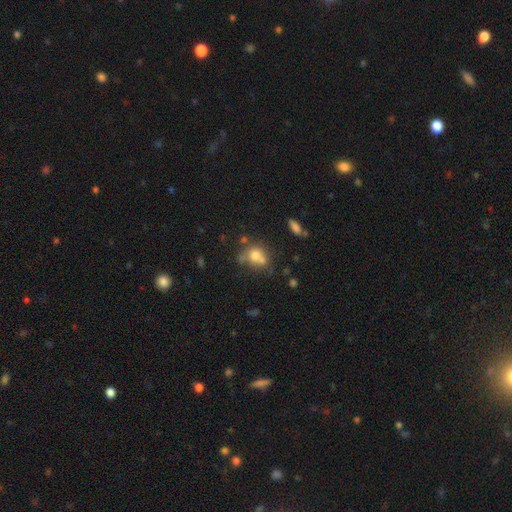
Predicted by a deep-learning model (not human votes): A smooth galaxy with no disk features (71%) that is round (69%).

Vote fractions:
- Smooth or featured? smooth: 71% / featured or disk: 17% / star or artifact: 13%
- How rounded? round: 69% / in between: 30% / cigar-shaped: 1%
- Merging? none: 41% / merger: 36% / minor disturbance: 15% / major disturbance: 8%